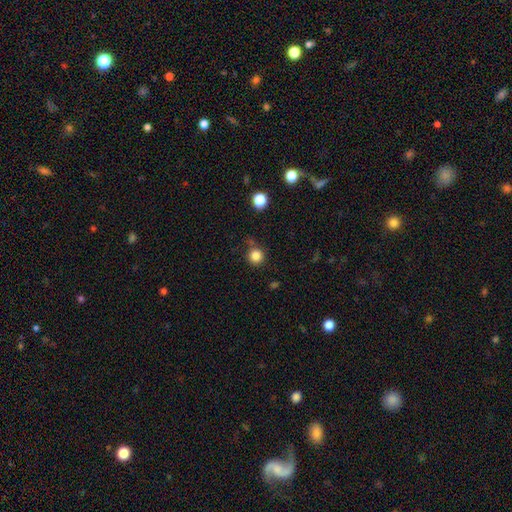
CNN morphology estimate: The model was most divided on "merging": none: 77%, minor disturbance: 13%, merger: 6%, major disturbance: 4%. More confident: how rounded — round (93%); smooth or featured — smooth (84%).